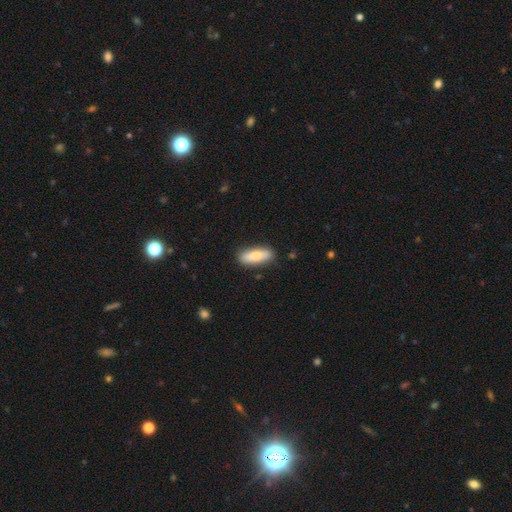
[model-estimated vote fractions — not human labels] A smooth galaxy with no disk features (75%) that is in between round and cigar-shaped (64%). Merging: none (85%).